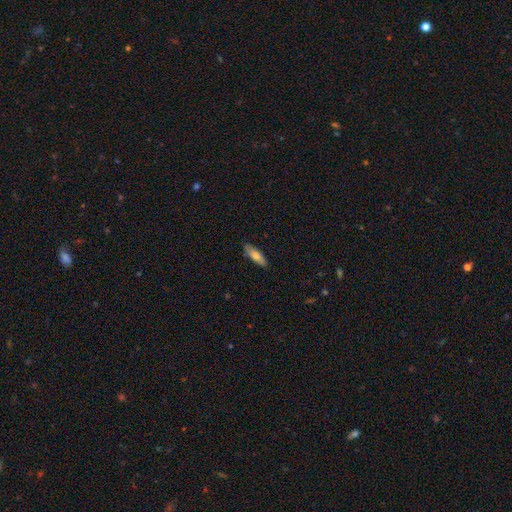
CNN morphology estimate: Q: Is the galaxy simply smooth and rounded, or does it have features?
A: smooth — 71%.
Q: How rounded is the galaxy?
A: in between — 50%.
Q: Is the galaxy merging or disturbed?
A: none — 86%.